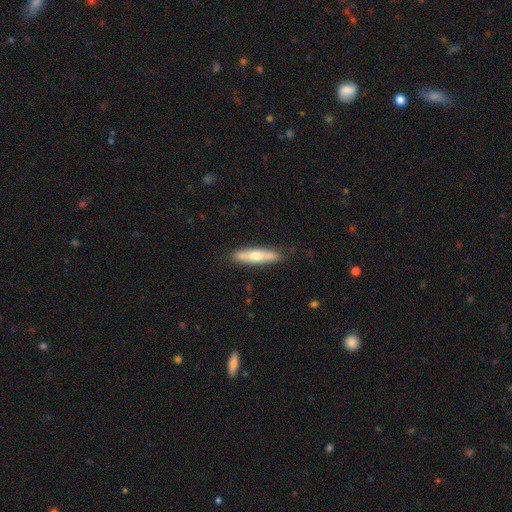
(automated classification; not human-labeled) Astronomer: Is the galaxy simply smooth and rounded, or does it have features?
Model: smooth — 59% (runner-up: featured or disk, 36%).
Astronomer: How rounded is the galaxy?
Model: cigar-shaped — 77%.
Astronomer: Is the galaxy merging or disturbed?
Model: none — 83%.